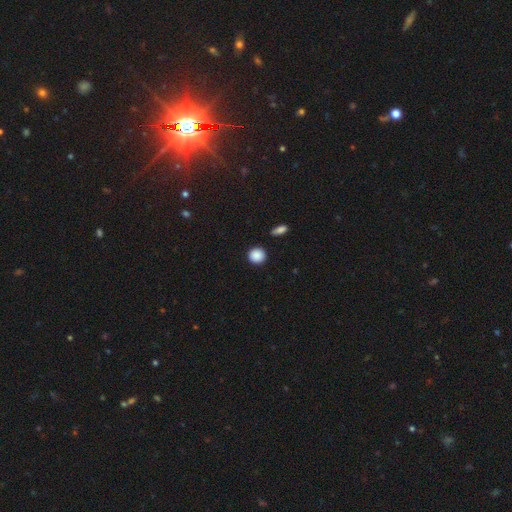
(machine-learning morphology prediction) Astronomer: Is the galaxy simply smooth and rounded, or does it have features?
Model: smooth — 89%.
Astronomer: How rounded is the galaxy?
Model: round — 92%.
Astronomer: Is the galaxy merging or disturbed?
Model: none — 90%.